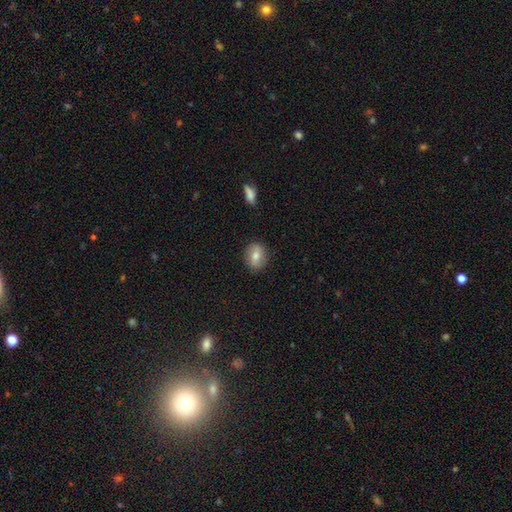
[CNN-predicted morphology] Smooth or featured: smooth — 65% (featured or disk — 26%)
How rounded: in between — 52% (round — 46%)
Merging: none — 85% (minor disturbance — 11%)